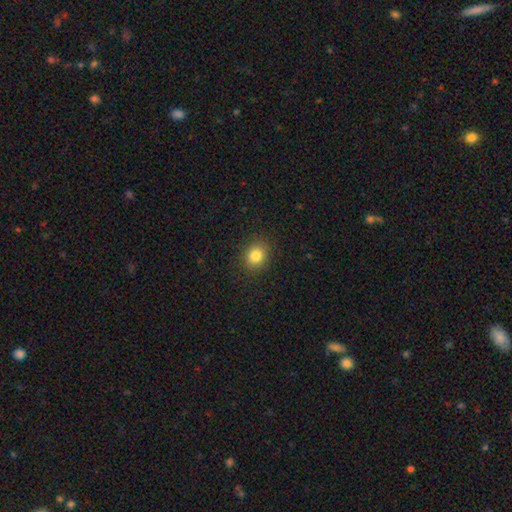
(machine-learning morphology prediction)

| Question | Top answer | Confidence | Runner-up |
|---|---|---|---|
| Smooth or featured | smooth | 83% | star or artifact (11%) |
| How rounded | round | 71% | in between (28%) |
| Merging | none | 89% | minor disturbance (8%) |